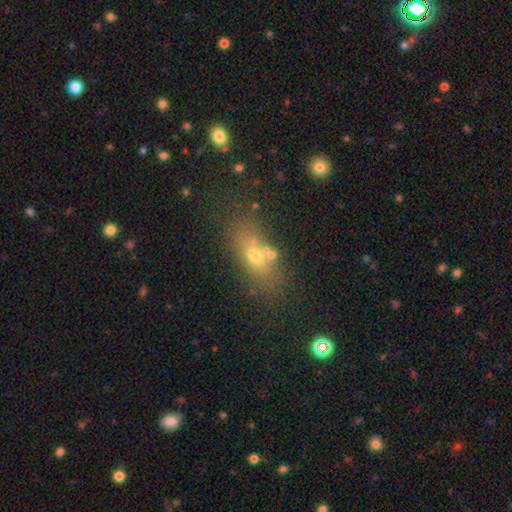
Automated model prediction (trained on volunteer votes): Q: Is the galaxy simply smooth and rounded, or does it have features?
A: smooth — 57%.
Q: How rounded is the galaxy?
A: in between — 69%.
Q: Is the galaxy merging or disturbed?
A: none — 59%.